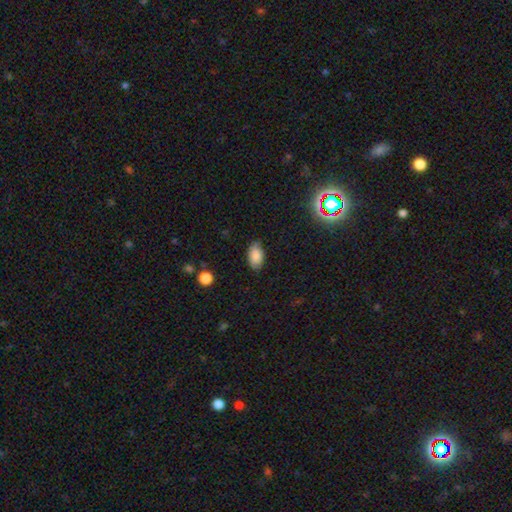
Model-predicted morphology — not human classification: Smooth or featured? smooth (83%)
How rounded? in between (93%)
Merging? none (76%)